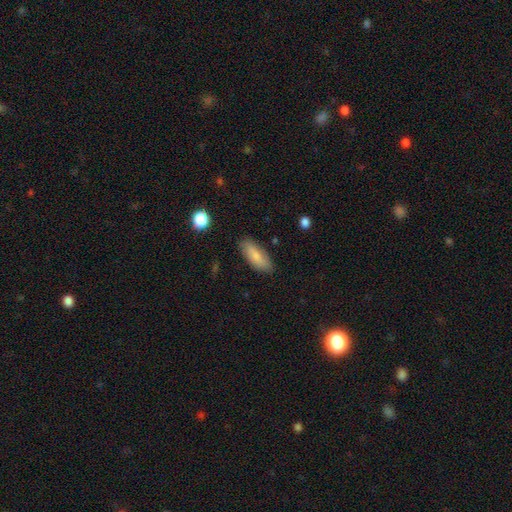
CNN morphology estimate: The model was most divided on "how rounded": in between: 76%, cigar-shaped: 22%, round: 2%. More confident: merging — none (83%); smooth or featured — smooth (79%).